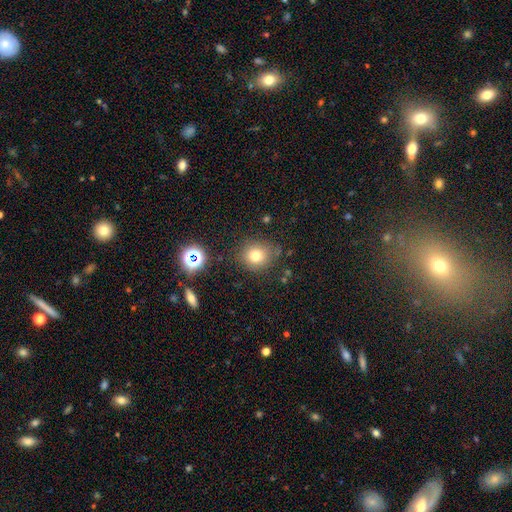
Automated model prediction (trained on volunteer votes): A smooth galaxy with no disk features (76%) that is round (80%).

Vote fractions:
- Smooth or featured? smooth: 76% / star or artifact: 15% / featured or disk: 9%
- How rounded? round: 80% / in between: 19% / cigar-shaped: 1%
- Merging? none: 78% / minor disturbance: 14% / major disturbance: 5% / merger: 3%